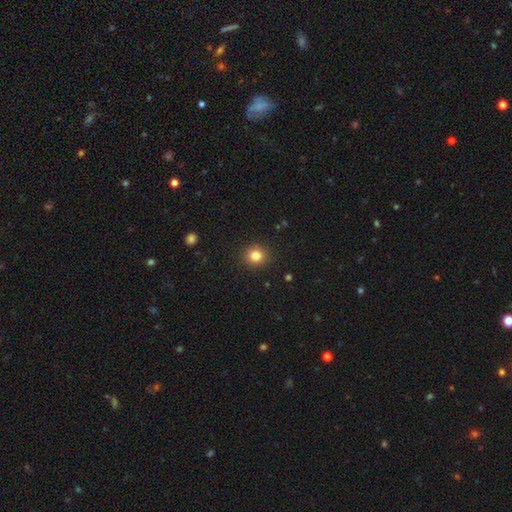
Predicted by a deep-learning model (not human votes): smooth 82%, star or artifact 12%, featured or disk 6%. Down the decision tree: how rounded — round (87%); merging — none (91%).